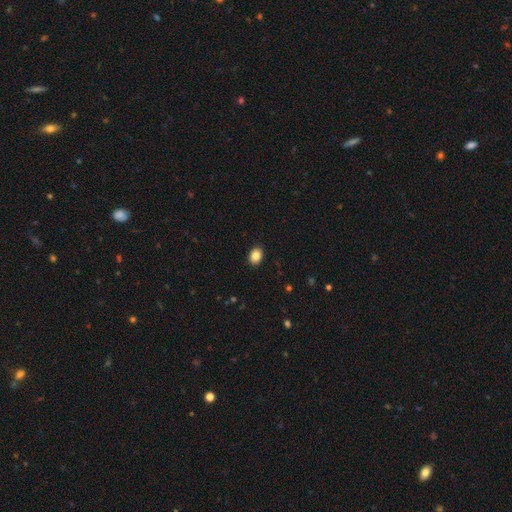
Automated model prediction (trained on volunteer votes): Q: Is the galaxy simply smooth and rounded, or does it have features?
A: smooth — 86%.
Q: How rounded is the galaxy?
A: in between — 73%.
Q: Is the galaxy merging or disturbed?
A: none — 91%.